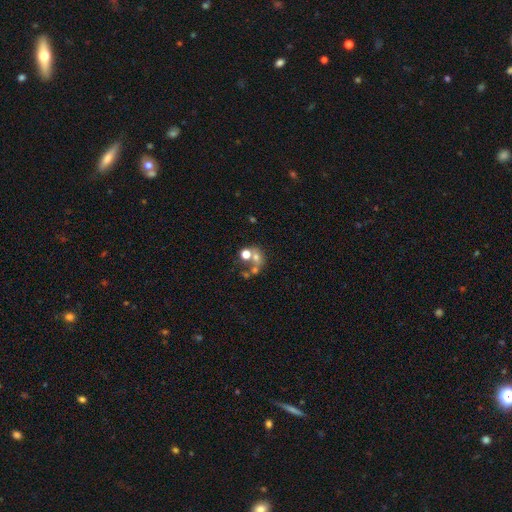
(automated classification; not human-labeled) smooth_or_featured: smooth (p=0.55) [alt: featured or disk p=0.26]
how_rounded: round (p=0.69) [alt: in between p=0.30]
merging: merger (p=0.52) [alt: none p=0.31]